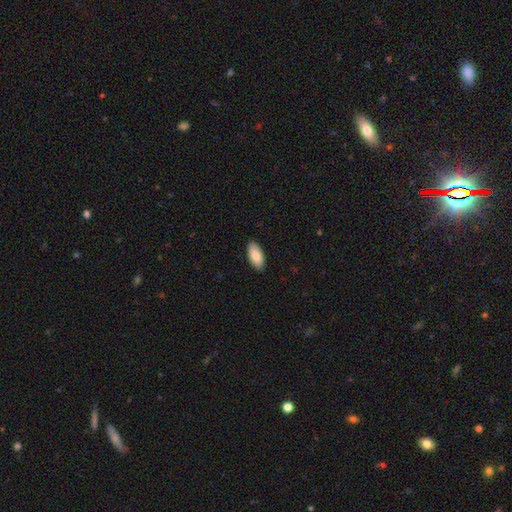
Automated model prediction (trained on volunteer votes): Smooth or featured: smooth — 84% (featured or disk — 10%)
How rounded: in between — 92% (cigar-shaped — 6%)
Merging: none — 89% (minor disturbance — 9%)